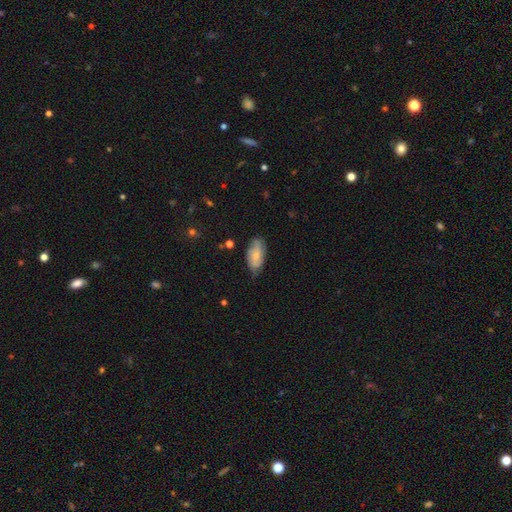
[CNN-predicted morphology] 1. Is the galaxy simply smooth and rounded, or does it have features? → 59% smooth, 34% featured or disk, 7% star or artifact.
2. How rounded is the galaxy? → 91% in between, 5% cigar-shaped, 3% round.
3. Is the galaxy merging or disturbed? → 63% none, 29% minor disturbance, 6% major disturbance, 2% merger.